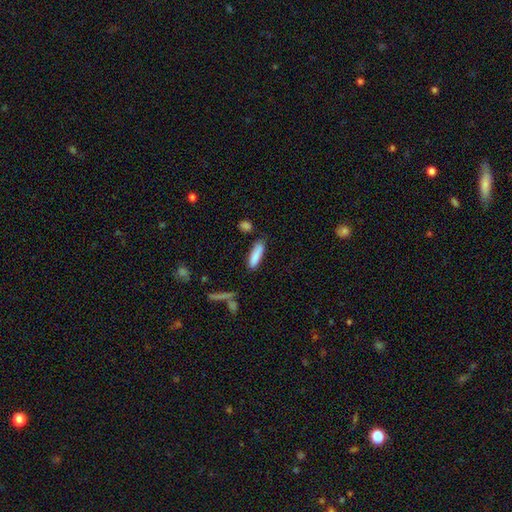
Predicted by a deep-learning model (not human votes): Smooth or featured? Predicted: smooth (p=0.86). How rounded? Predicted: cigar-shaped (p=0.61). Merging? Predicted: none (p=0.78).